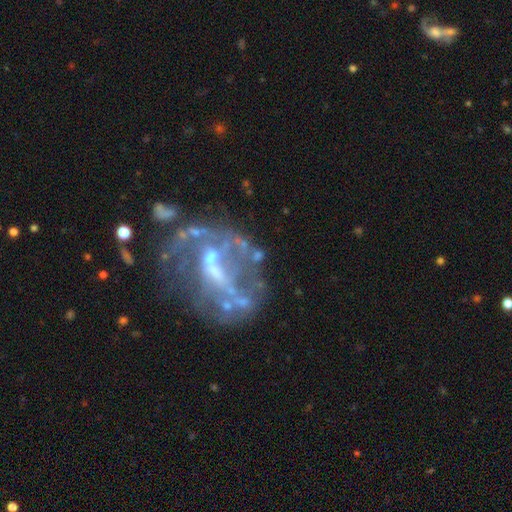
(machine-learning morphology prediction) featured or disk 76%, star or artifact 14%, smooth 11%. Down the decision tree: edge-on disk — no (97%); bar — no (44%); spiral arms — no (56%); bulge size — none (40%); merging — none (41%).